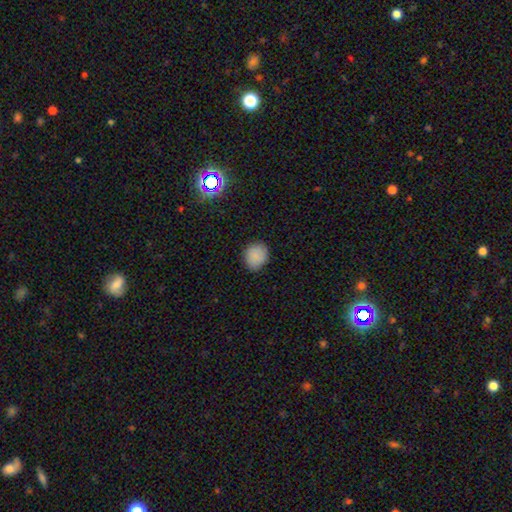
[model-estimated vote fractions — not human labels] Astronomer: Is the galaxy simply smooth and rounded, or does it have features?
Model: smooth — 86%.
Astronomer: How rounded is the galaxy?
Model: round — 70%.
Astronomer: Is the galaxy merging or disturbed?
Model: none — 83%.